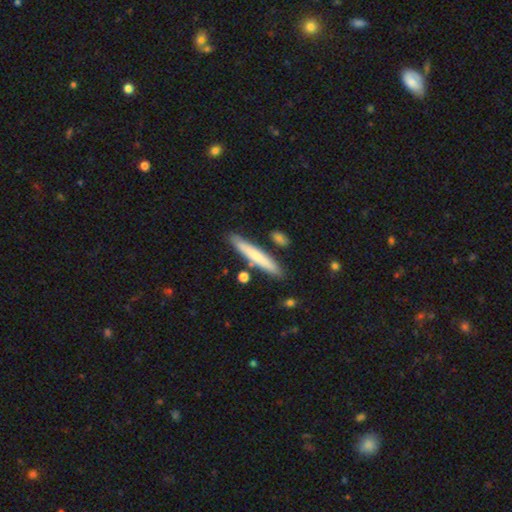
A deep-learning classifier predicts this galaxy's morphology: smooth-or-featured: smooth: 67% | featured or disk: 27% | star or artifact: 6%
  how-rounded: cigar-shaped: 94% | in between: 5% | round: 1%
  merging: none: 85% | minor disturbance: 9% | merger: 4% | major disturbance: 2%